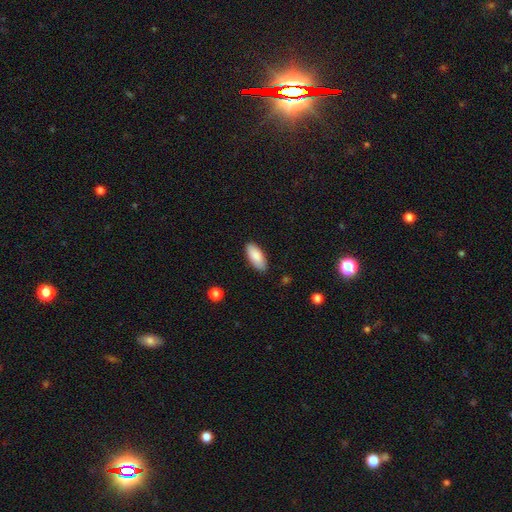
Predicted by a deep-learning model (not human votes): A smooth galaxy with no disk features (87%) that is in between round and cigar-shaped (87%). Merging: none (87%).